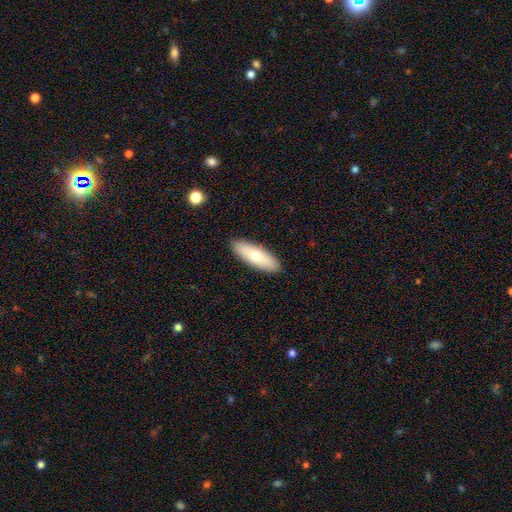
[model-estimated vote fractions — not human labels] Smooth or featured?
  - smooth: 69% *
  - featured or disk: 25%
  - star or artifact: 6%
How rounded?
  - in between: 57% *
  - cigar-shaped: 41%
  - round: 2%
Merging?
  - none: 90% *
  - minor disturbance: 7%
  - major disturbance: 2%
  - merger: 1%